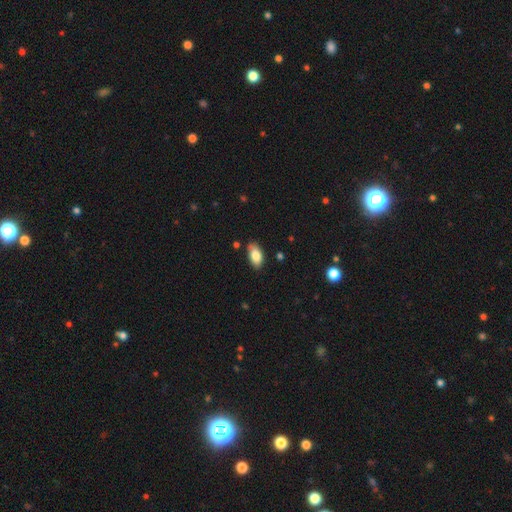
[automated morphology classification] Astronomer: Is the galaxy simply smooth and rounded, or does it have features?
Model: smooth — 84%.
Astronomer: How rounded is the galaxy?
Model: in between — 93%.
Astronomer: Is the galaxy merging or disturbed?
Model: none — 81%.